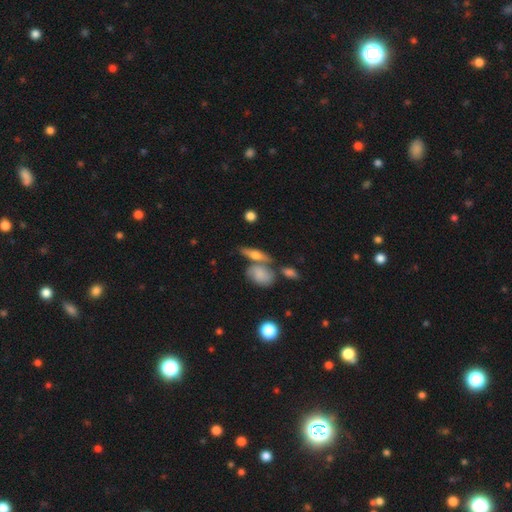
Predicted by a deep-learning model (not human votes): Q: Smooth or featured?
A: smooth (50%); runner-up: featured or disk (40%)
Q: How rounded?
A: in between (49%); runner-up: cigar-shaped (37%)
Q: Merging?
A: none (55%); runner-up: merger (27%)